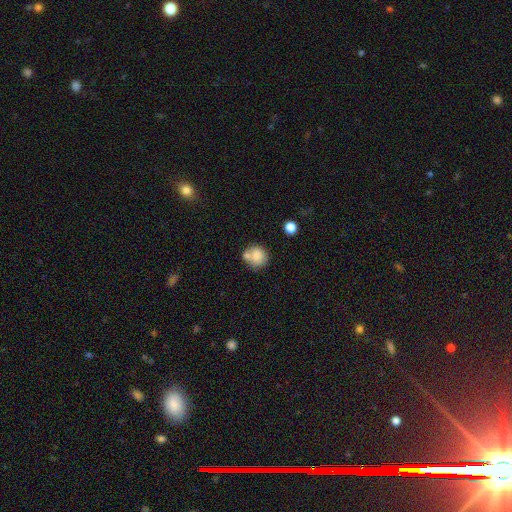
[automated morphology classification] Smooth or featured?
  - smooth: 78% *
  - featured or disk: 13%
  - star or artifact: 9%
How rounded?
  - round: 82% *
  - in between: 17%
  - cigar-shaped: 1%
Merging?
  - none: 50% *
  - merger: 30%
  - minor disturbance: 14%
  - major disturbance: 5%